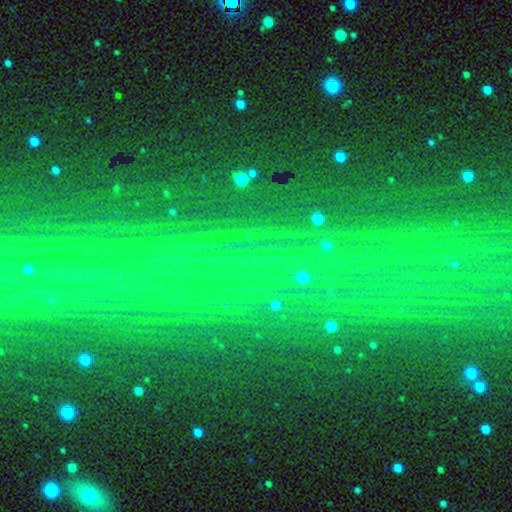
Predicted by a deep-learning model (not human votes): Smooth or featured?
  - star or artifact: 82% *
  - featured or disk: 10%
  - smooth: 9%